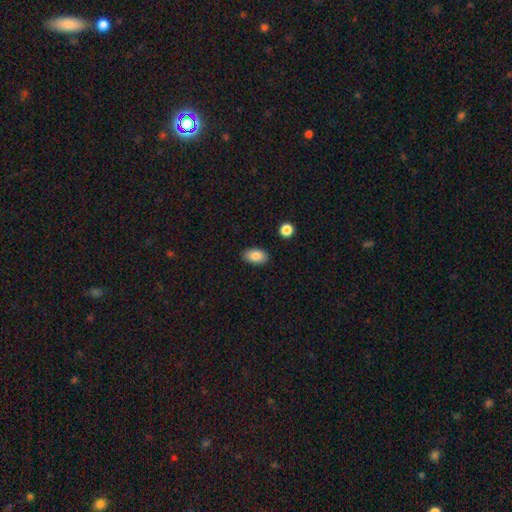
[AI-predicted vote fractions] Smooth or featured? Predicted: smooth (p=0.84). How rounded? Predicted: in between (p=0.92). Merging? Predicted: none (p=0.87).